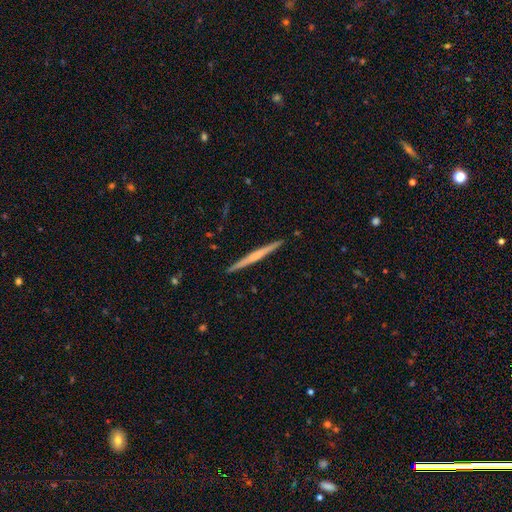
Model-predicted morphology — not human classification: Q: Smooth or featured?
A: featured or disk (57%); runner-up: smooth (38%)
Q: Edge-on disk?
A: yes (98%); runner-up: no (2%)
Q: Edge-on bulge?
A: none (69%); runner-up: rounded (22%)
Q: Merging?
A: none (93%); runner-up: minor disturbance (5%)